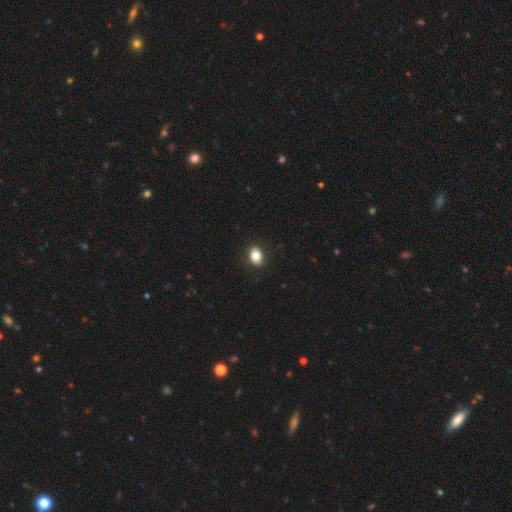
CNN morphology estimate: This is clearly a smooth galaxy (83%). How rounded: likely in between (64%). Merging: clearly none (88%).